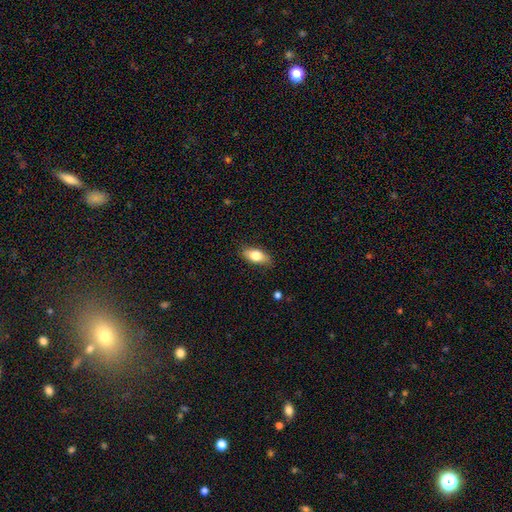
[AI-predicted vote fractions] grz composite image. It shows a smooth galaxy with no disk features (77%) that is in between round and cigar-shaped (85%). Merging: none (84%).